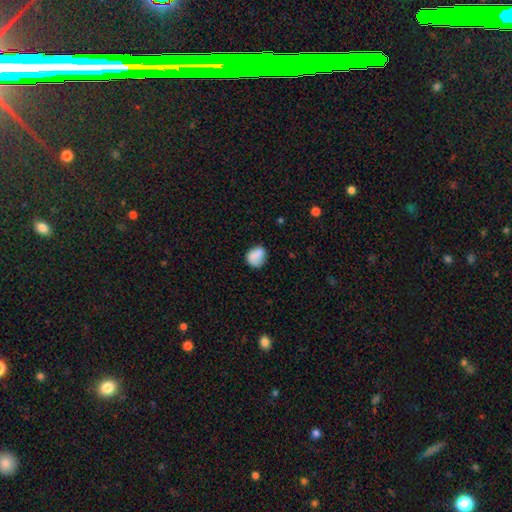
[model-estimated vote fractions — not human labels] The model was most divided on "how rounded": round: 61%, in between: 37%, cigar-shaped: 1%. More confident: smooth or featured — smooth (80%); merging — none (65%).